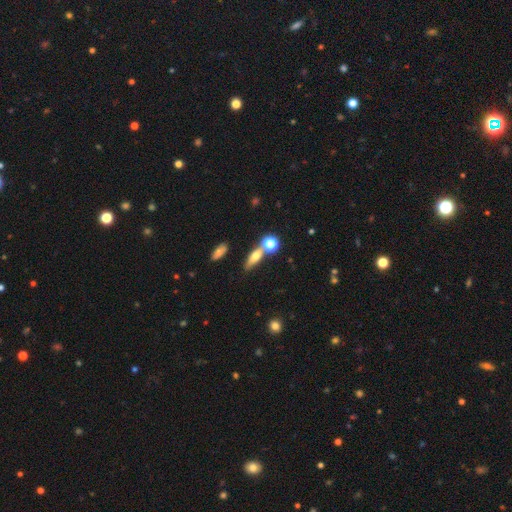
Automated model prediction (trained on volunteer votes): Smooth or featured: smooth — 60% (featured or disk — 26%)
How rounded: in between — 45% (cigar-shaped — 36%)
Merging: none — 59% (merger — 23%)